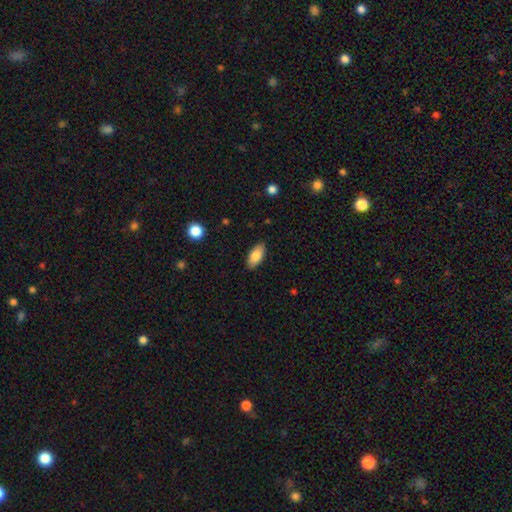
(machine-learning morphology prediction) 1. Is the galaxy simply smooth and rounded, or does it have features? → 82% smooth, 11% featured or disk, 7% star or artifact.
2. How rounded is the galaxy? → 91% in between, 6% cigar-shaped, 3% round.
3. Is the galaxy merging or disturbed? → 88% none, 9% minor disturbance, 2% major disturbance, 1% merger.